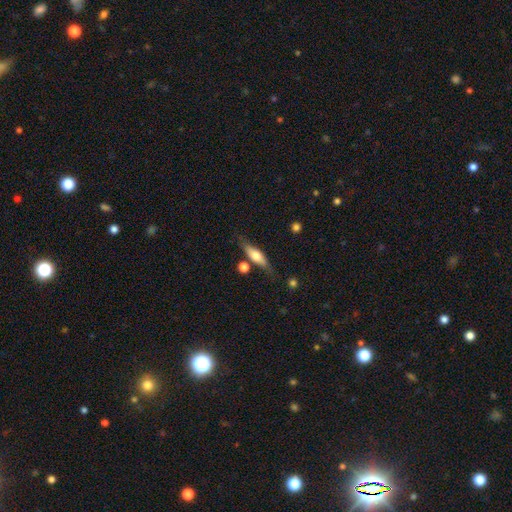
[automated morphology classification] This appears to be a smooth galaxy with no disk features (55%) that is cigar-shaped (54%). Merging: none (72%).